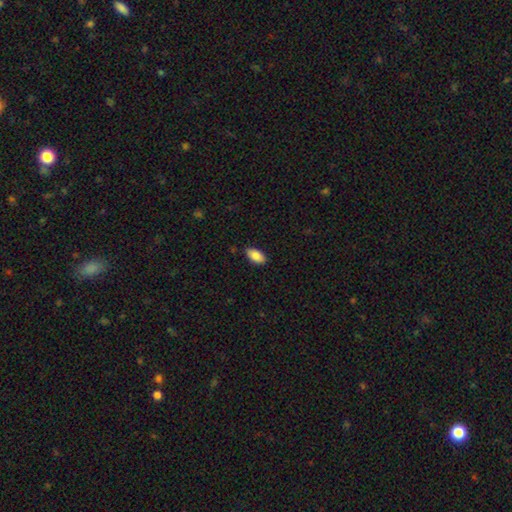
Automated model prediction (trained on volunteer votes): smooth_or_featured: smooth (p=0.86) [alt: featured or disk p=0.07]
how_rounded: in between (p=0.94) [alt: cigar-shaped p=0.03]
merging: none (p=0.87) [alt: minor disturbance p=0.10]